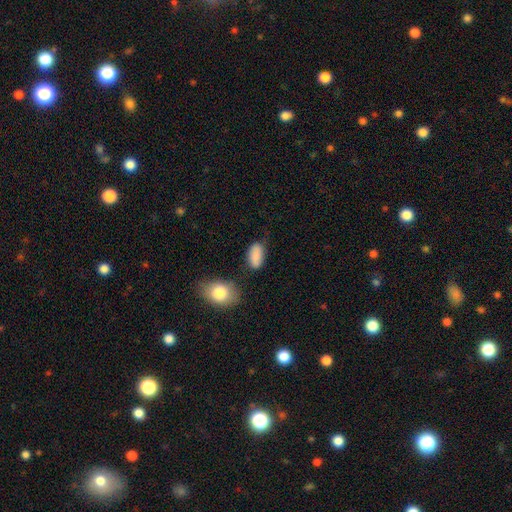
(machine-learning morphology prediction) A smooth galaxy with no disk features (88%) that is in between round and cigar-shaped (92%). Merging: none (69%).